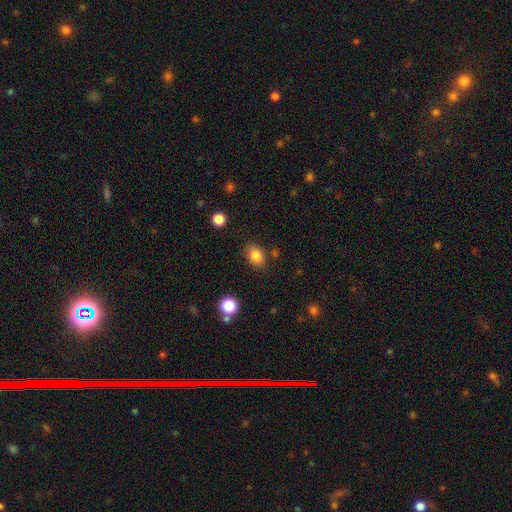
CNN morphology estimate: type=smooth (84%); roundness=in between (70%); merging=none (81%).